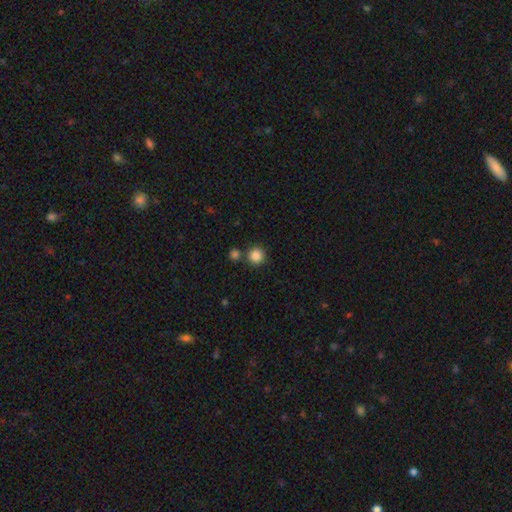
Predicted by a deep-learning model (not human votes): A smooth galaxy with no disk features (86%) that is round (95%). Merging: none (80%).